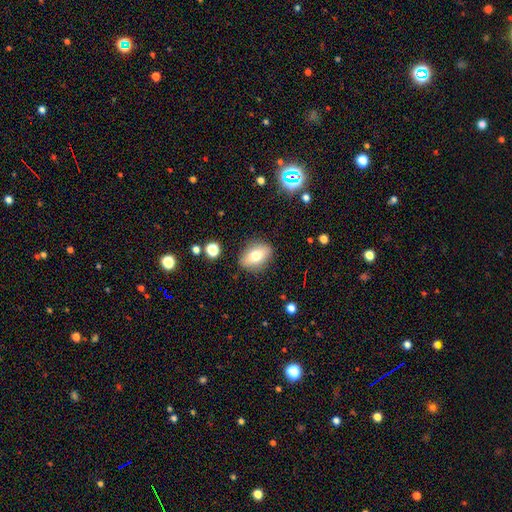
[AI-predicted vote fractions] A smooth galaxy with no disk features (69%) that is in between round and cigar-shaped (75%).

Vote fractions:
- Smooth or featured? smooth: 69% / featured or disk: 21% / star or artifact: 9%
- How rounded? in between: 75% / round: 22% / cigar-shaped: 3%
- Merging? none: 84% / minor disturbance: 11% / major disturbance: 3% / merger: 2%